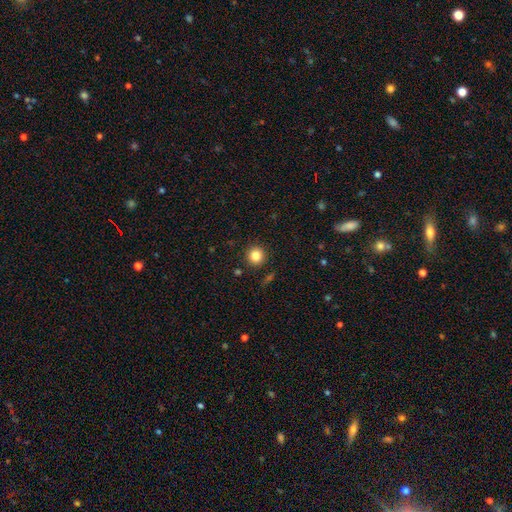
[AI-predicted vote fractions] Smooth or featured? smooth (83%)
How rounded? round (95%)
Merging? none (91%)